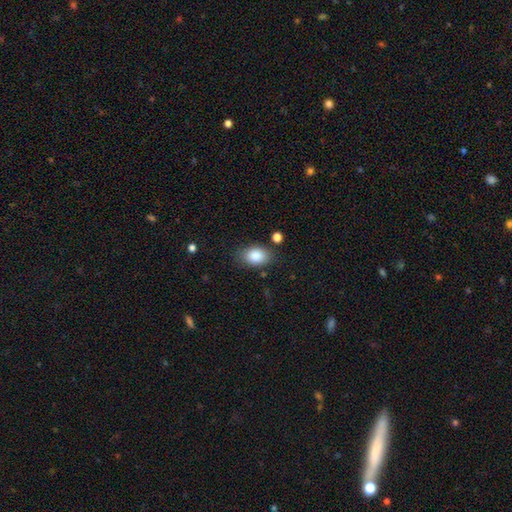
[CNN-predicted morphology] smooth-or-featured: smooth: 87% | star or artifact: 8% | featured or disk: 6%
  how-rounded: in between: 82% | round: 16% | cigar-shaped: 1%
  merging: none: 79% | minor disturbance: 14% | major disturbance: 4% | merger: 3%